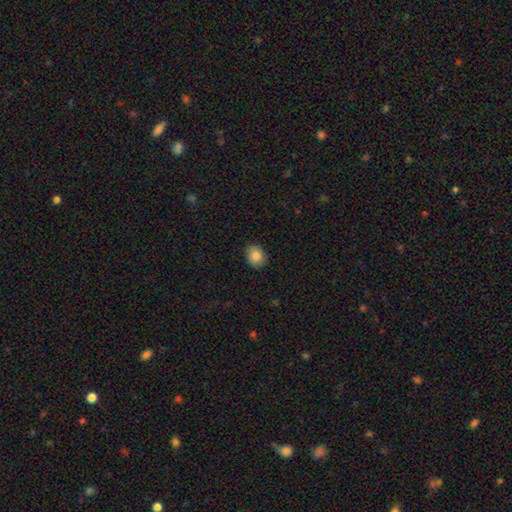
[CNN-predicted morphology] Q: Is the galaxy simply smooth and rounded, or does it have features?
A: smooth — 85%.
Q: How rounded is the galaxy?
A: round — 52%.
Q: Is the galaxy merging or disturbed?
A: none — 86%.